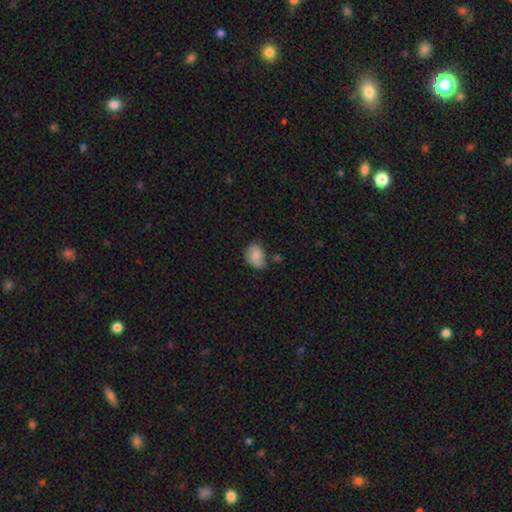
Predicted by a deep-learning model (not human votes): Q: Smooth or featured?
A: smooth (78%); runner-up: featured or disk (14%)
Q: How rounded?
A: in between (67%); runner-up: round (32%)
Q: Merging?
A: none (58%); runner-up: minor disturbance (30%)